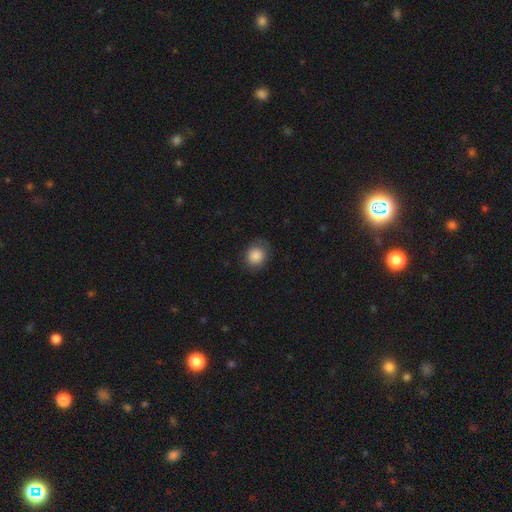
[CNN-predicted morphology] Smooth or featured? Predicted: smooth (p=0.87). How rounded? Predicted: round (p=0.68). Merging? Predicted: none (p=0.79).